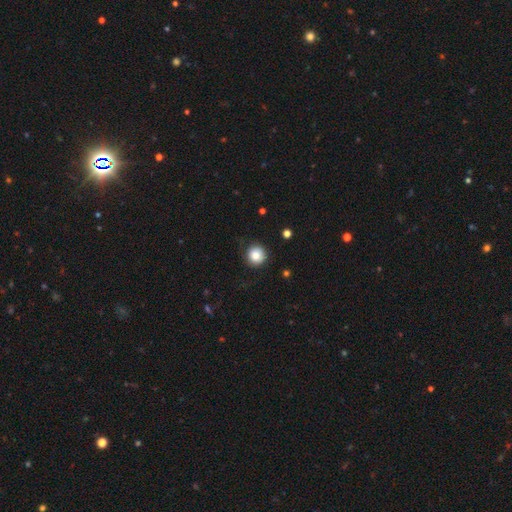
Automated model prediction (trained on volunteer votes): smooth-or-featured: smooth: 84% | star or artifact: 9% | featured or disk: 6%
  how-rounded: round: 94% | in between: 5% | cigar-shaped: 1%
  merging: none: 84% | minor disturbance: 11% | major disturbance: 4% | merger: 1%